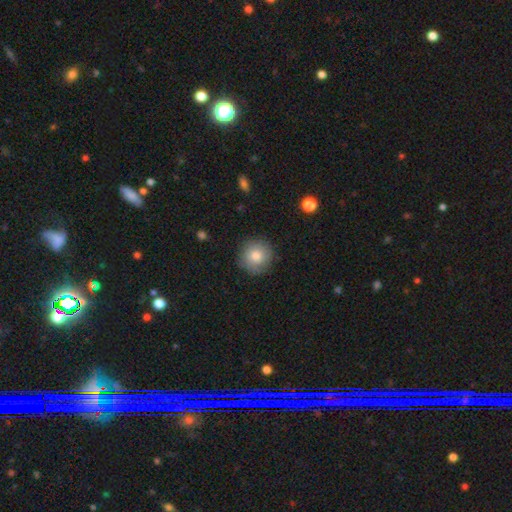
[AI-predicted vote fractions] The model was most divided on "smooth or featured": smooth: 81%, featured or disk: 11%, star or artifact: 8%. More confident: how rounded — round (94%); merging — none (87%).